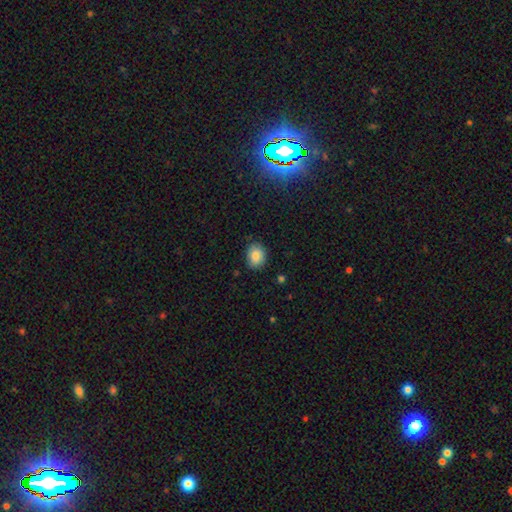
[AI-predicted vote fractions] Overall: smooth (86%). How rounded: in between (53%; round 46%). Merging: none (80%).